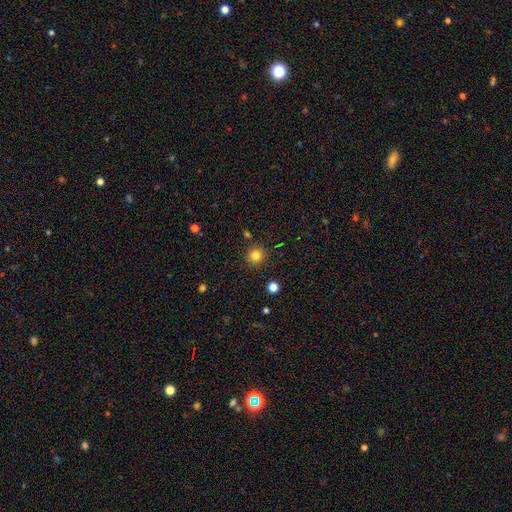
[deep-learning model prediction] This appears to be a smooth galaxy with no disk features (81%) that is round (93%). Merging: none (89%).